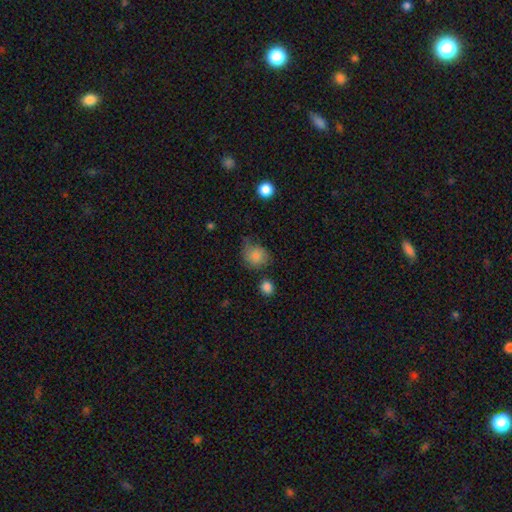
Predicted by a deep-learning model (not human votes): A smooth galaxy with no disk features (82%) that is round (71%). Merging: none (52%).